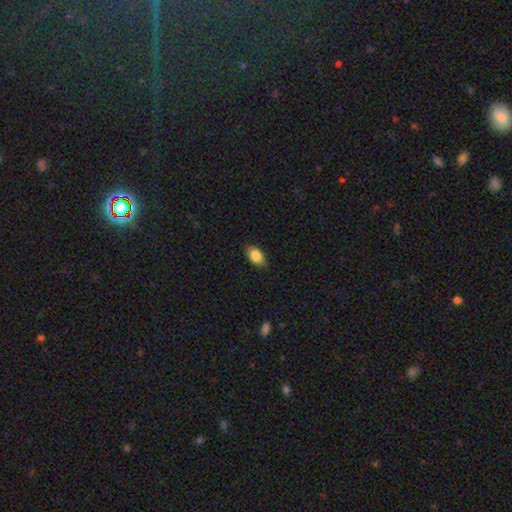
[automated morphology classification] Smooth or featured? Predicted: smooth (p=0.84). How rounded? Predicted: in between (p=0.91). Merging? Predicted: none (p=0.86).